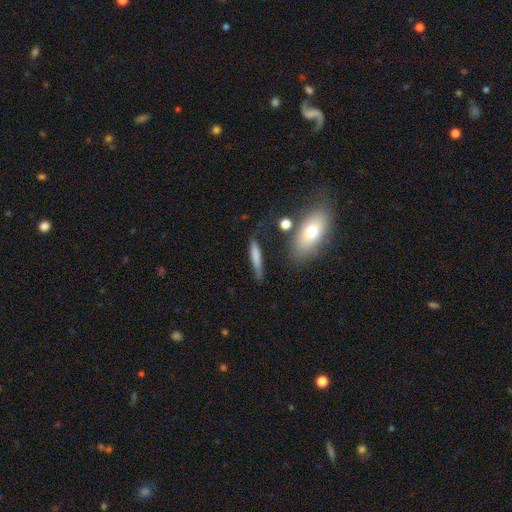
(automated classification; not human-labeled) Smooth or featured?
  - smooth: 72% *
  - featured or disk: 21%
  - star or artifact: 7%
How rounded?
  - cigar-shaped: 87% *
  - in between: 11%
  - round: 3%
Merging?
  - none: 71% *
  - minor disturbance: 19%
  - major disturbance: 6%
  - merger: 5%